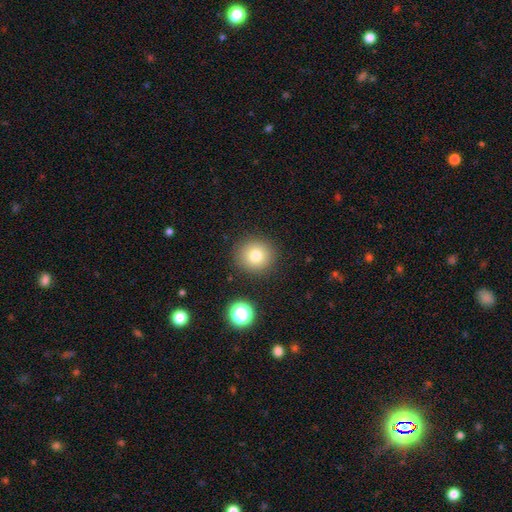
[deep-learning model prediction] Q: Smooth or featured?
A: smooth (78%); runner-up: star or artifact (13%)
Q: How rounded?
A: round (92%); runner-up: in between (8%)
Q: Merging?
A: none (88%); runner-up: minor disturbance (7%)